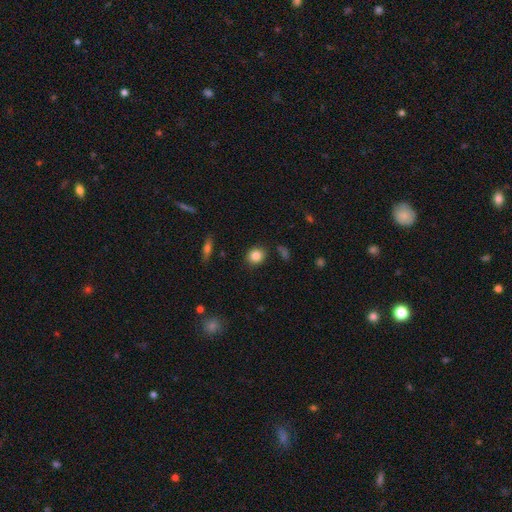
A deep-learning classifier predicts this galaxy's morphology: smooth-or-featured: smooth: 84% | star or artifact: 9% | featured or disk: 6%
  how-rounded: round: 74% | in between: 25% | cigar-shaped: 1%
  merging: none: 86% | minor disturbance: 9% | major disturbance: 2% | merger: 2%